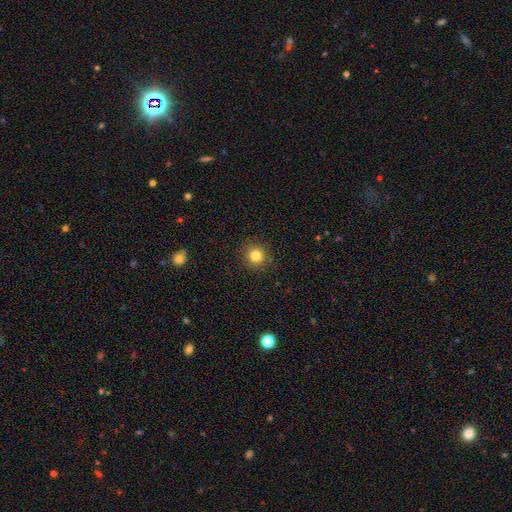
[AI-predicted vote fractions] This appears to be a smooth galaxy with no disk features (82%) that is round (93%). Merging: none (91%).